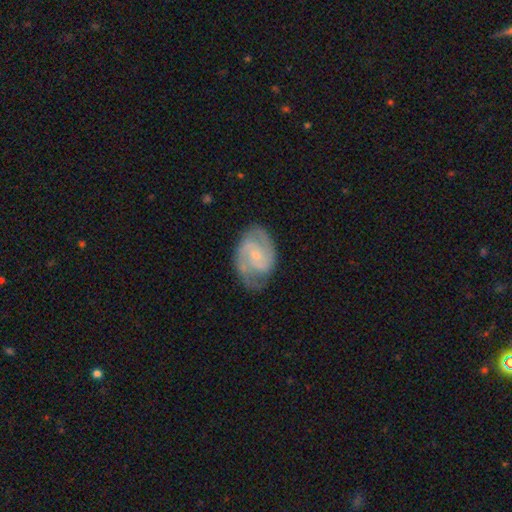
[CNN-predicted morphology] Q: Smooth or featured?
A: featured or disk (85%); runner-up: smooth (10%)
Q: Edge-on disk?
A: no (98%); runner-up: yes (2%)
Q: Bar?
A: no (50%); runner-up: weak (41%)
Q: Spiral arms?
A: yes (97%); runner-up: no (3%)
Q: Spiral winding?
A: medium (48%); runner-up: tight (43%)
Q: Spiral arm count?
A: 2 (80%); runner-up: 3 (8%)
Q: Bulge size?
A: small (69%); runner-up: moderate (26%)
Q: Merging?
A: none (73%); runner-up: minor disturbance (19%)